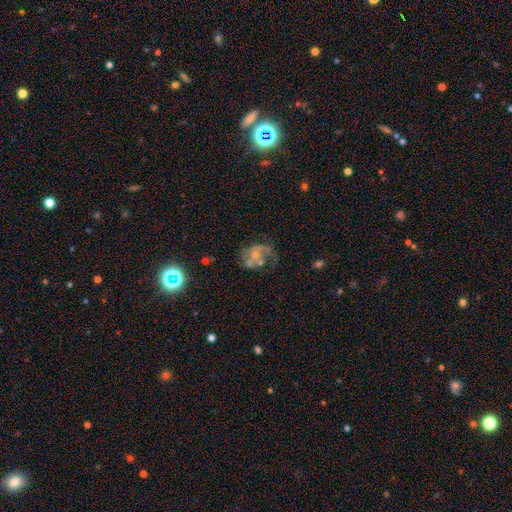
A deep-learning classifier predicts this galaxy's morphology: Smooth or featured? featured or disk (64%)
Edge-on disk? no (98%)
Bar? no (72%)
Spiral arms? yes (60%)
Bulge size? small (33%)
Merging? major disturbance (34%, tied with none)